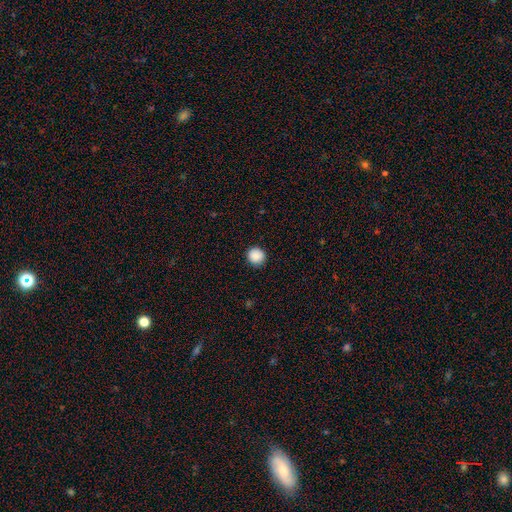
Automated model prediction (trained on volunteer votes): Smooth or featured?
  - smooth: 89% *
  - star or artifact: 9%
  - featured or disk: 3%
How rounded?
  - round: 93% *
  - in between: 6%
  - cigar-shaped: 1%
Merging?
  - none: 91% *
  - minor disturbance: 6%
  - major disturbance: 2%
  - merger: 1%